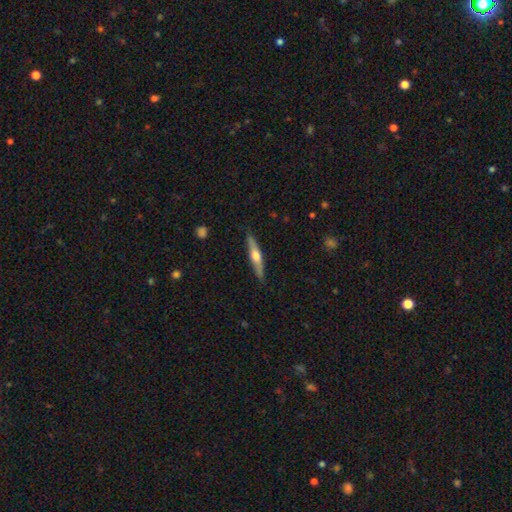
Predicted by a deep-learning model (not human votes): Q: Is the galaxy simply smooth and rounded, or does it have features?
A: featured or disk — 54%.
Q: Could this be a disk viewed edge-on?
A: yes — 94%.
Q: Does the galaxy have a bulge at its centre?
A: rounded — 89%.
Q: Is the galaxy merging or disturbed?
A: none — 87%.